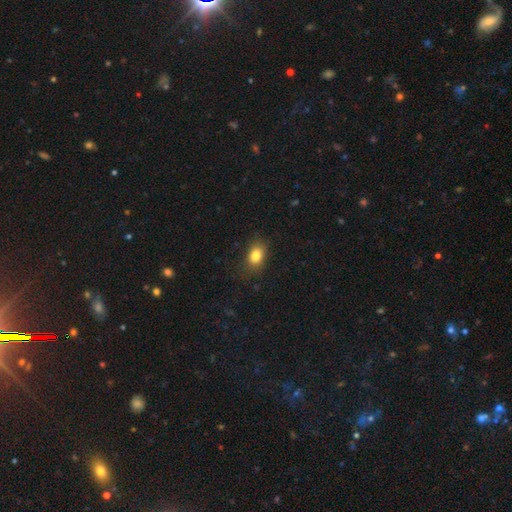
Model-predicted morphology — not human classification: Smooth or featured? smooth (82%)
How rounded? in between (78%)
Merging? none (80%)